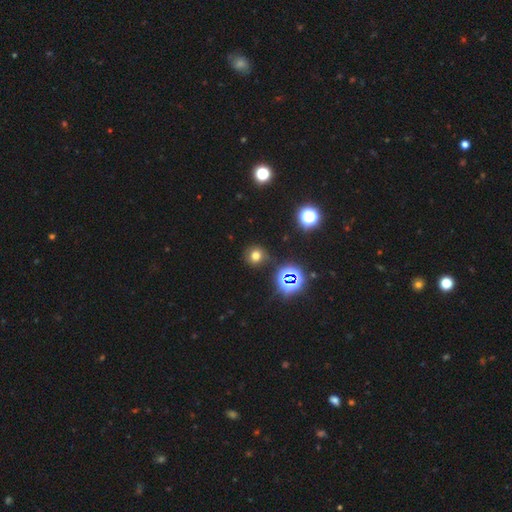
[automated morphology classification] This appears to be a smooth galaxy with no disk features (66%) that is round (87%). Merging: none (83%).